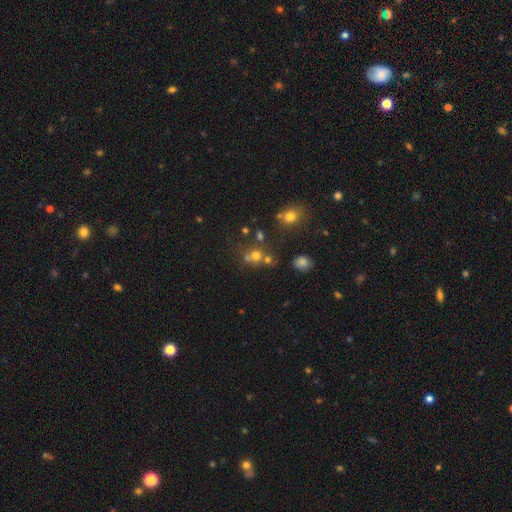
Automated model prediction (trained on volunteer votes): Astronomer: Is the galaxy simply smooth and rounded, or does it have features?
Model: smooth — 62%.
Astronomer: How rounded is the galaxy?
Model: round — 79%.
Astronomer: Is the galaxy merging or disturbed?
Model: none — 45% (runner-up: merger, 39%).